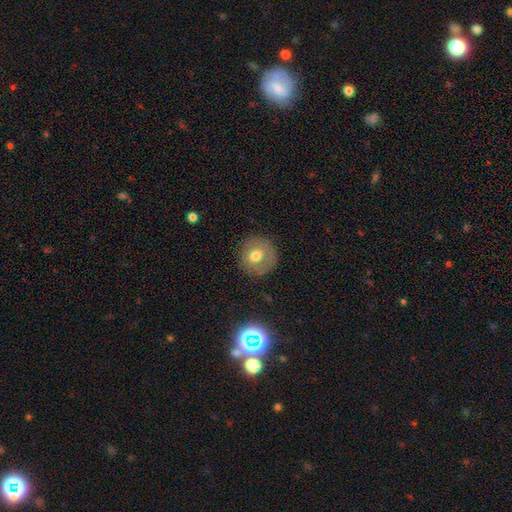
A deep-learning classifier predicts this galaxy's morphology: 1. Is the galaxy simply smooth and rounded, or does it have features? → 64% smooth, 26% featured or disk, 10% star or artifact.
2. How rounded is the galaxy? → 91% round, 8% in between, 1% cigar-shaped.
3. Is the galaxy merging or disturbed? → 83% none, 11% minor disturbance, 4% major disturbance, 1% merger.